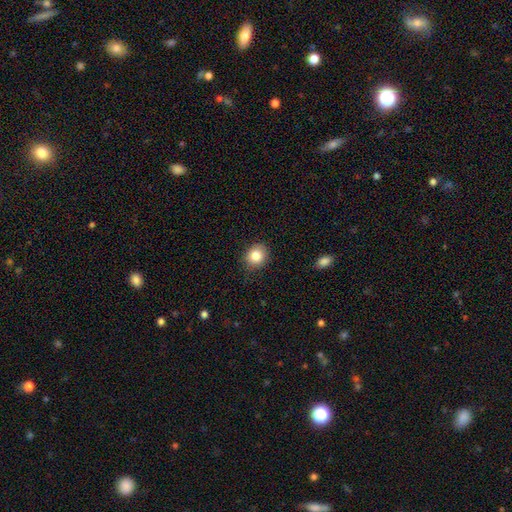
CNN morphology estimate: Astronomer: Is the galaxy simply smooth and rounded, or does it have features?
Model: smooth — 83%.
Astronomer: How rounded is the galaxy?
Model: round — 76%.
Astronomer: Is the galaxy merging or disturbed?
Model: none — 85%.